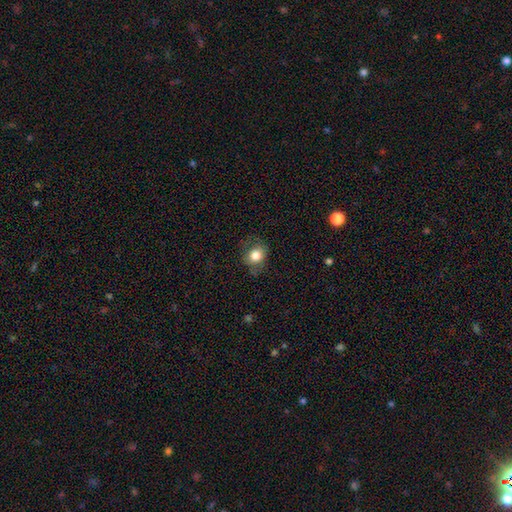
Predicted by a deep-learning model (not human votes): Smooth or featured? Predicted: smooth (p=0.79). How rounded? Predicted: round (p=0.63). Merging? Predicted: none (p=0.66).